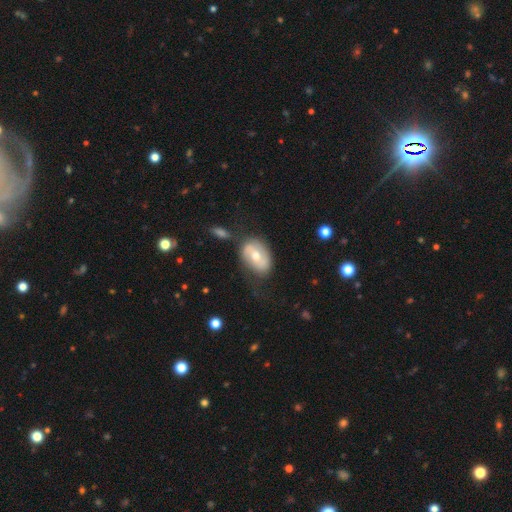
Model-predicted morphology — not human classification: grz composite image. It shows a featured or disk galaxy (54%) with no bar (52%), spiral arms (63%) and a moderate central bulge (69%). Merging: none (58%).